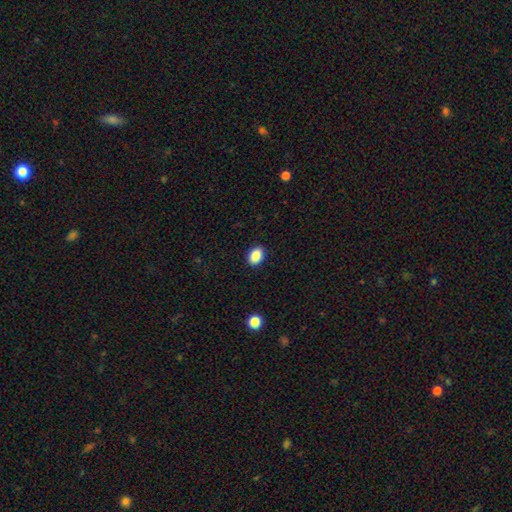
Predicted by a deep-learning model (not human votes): The model was most divided on "how rounded": in between: 76%, round: 23%, cigar-shaped: 1%. More confident: merging — none (90%); smooth or featured — smooth (88%).